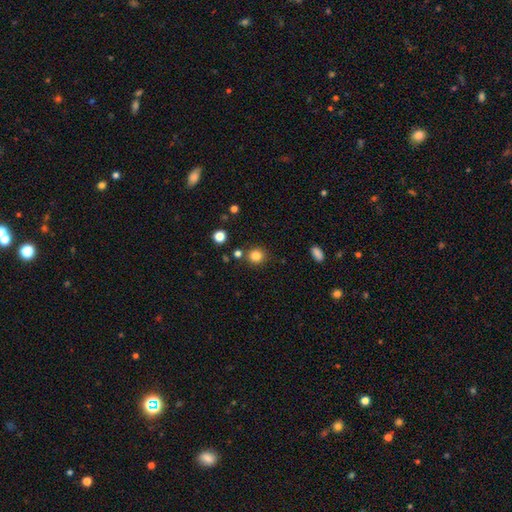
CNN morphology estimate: Smooth or featured: smooth — 84% (star or artifact — 12%)
How rounded: round — 89% (in between — 11%)
Merging: none — 83% (minor disturbance — 8%)